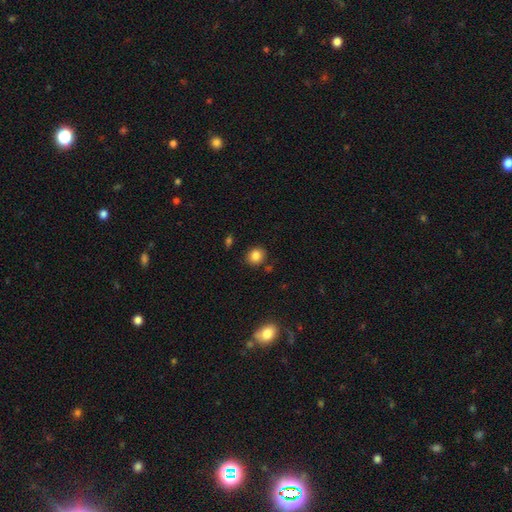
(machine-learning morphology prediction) A smooth galaxy with no disk features (84%) that is round (78%).

Vote fractions:
- Smooth or featured? smooth: 84% / star or artifact: 10% / featured or disk: 6%
- How rounded? round: 78% / in between: 21% / cigar-shaped: 1%
- Merging? none: 85% / minor disturbance: 9% / merger: 4% / major disturbance: 2%